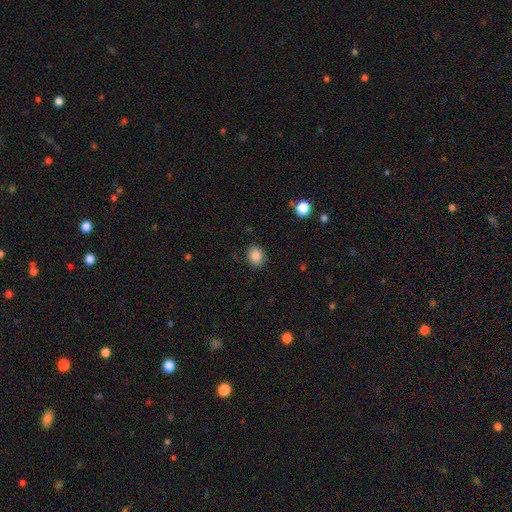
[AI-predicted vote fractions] The model was most divided on "how rounded": round: 57%, in between: 42%, cigar-shaped: 1%. More confident: smooth or featured — smooth (86%); merging — none (84%).